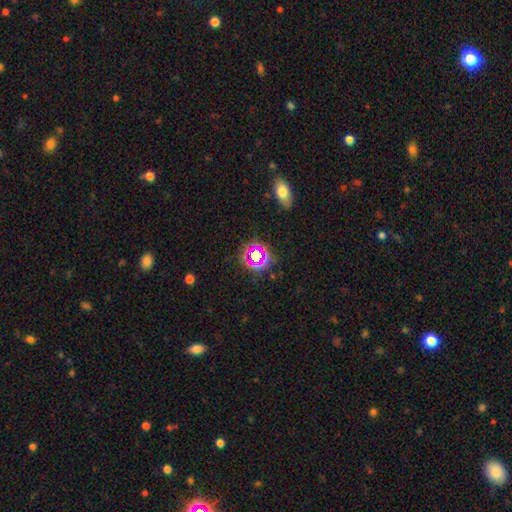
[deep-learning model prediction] A star or artifact, not a galaxy (63%).

Vote fractions:
- Smooth or featured? star or artifact: 63% / smooth: 26% / featured or disk: 12%